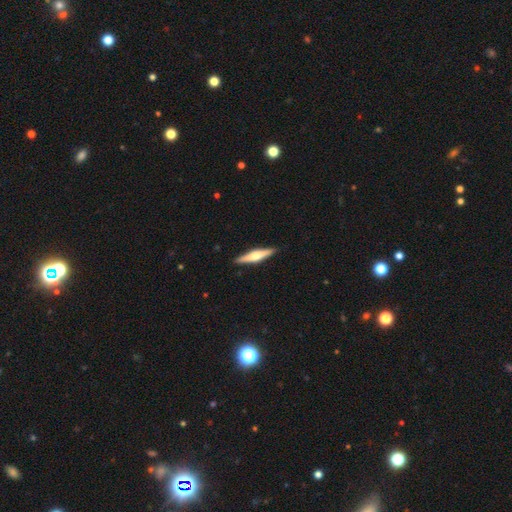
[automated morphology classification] featured or disk 59%, smooth 35%, star or artifact 5%. Down the decision tree: edge-on disk — yes (97%); edge-on bulge — rounded (86%); merging — none (91%).